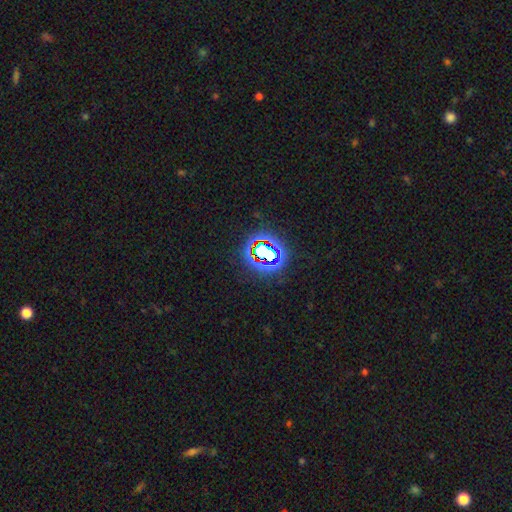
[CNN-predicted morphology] The model was most divided on "smooth or featured": star or artifact: 77%, smooth: 14%, featured or disk: 10%.